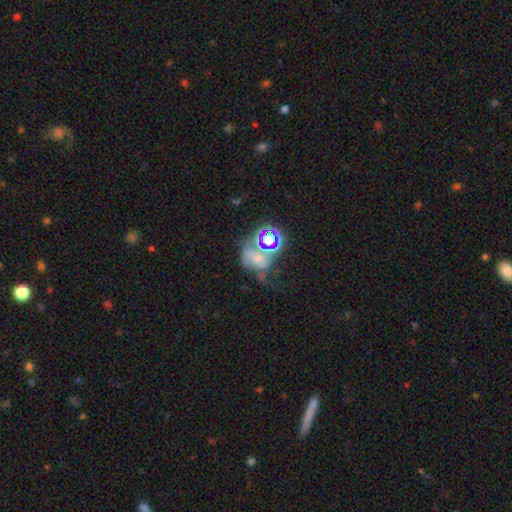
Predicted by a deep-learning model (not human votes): star or artifact 42%, smooth 33%, featured or disk 25%.